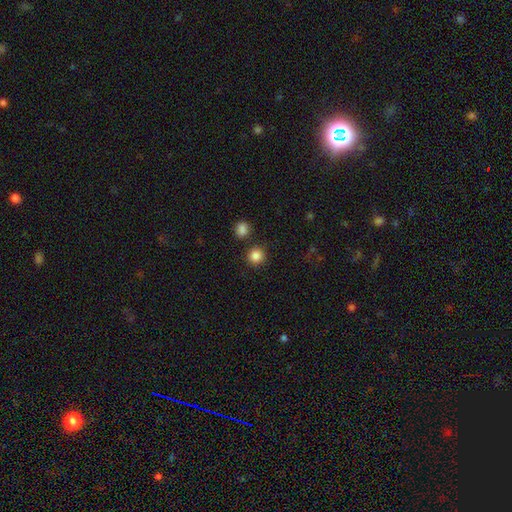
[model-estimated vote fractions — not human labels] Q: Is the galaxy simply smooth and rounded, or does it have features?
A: smooth — 86%.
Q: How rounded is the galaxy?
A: round — 92%.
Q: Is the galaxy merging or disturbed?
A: none — 86%.